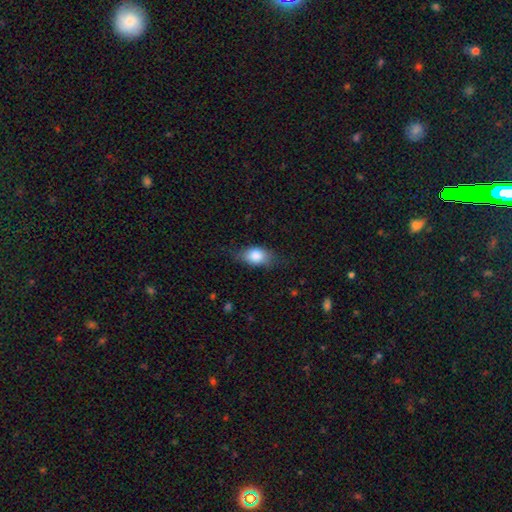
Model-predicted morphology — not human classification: Smooth or featured? Predicted: smooth (p=0.80). How rounded? Predicted: in between (p=0.80). Merging? Predicted: none (p=0.64).